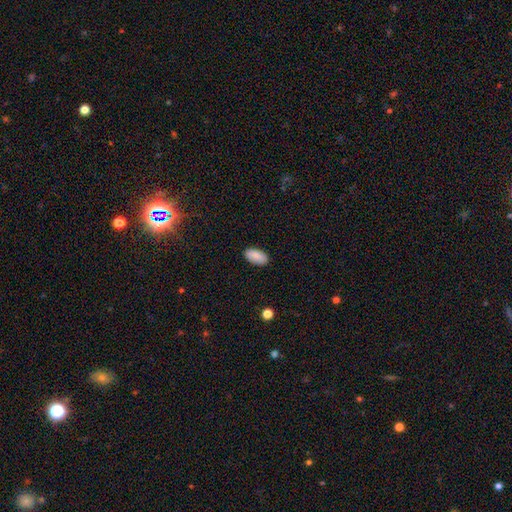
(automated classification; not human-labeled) Smooth or featured? Predicted: smooth (p=0.88). How rounded? Predicted: in between (p=0.95). Merging? Predicted: none (p=0.89).